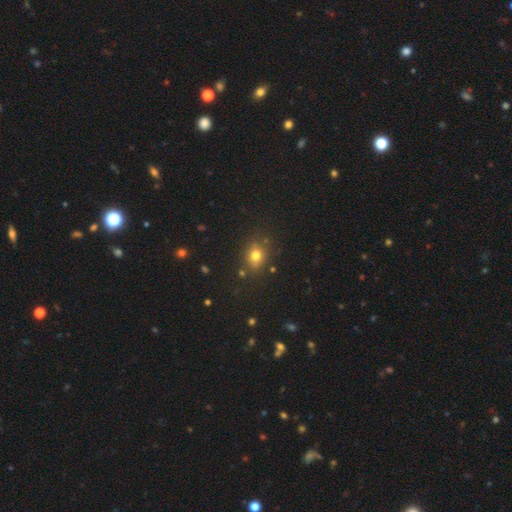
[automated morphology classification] smooth_or_featured: smooth (p=0.73) [alt: star or artifact p=0.18]
how_rounded: round (p=0.68) [alt: in between p=0.31]
merging: none (p=0.78) [alt: minor disturbance p=0.13]